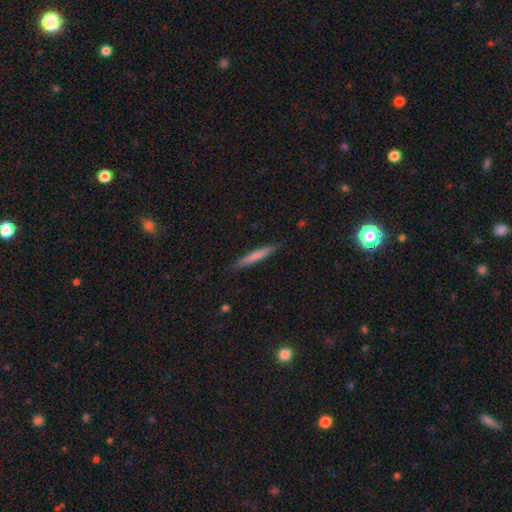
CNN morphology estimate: A smooth galaxy with no disk features (69%) that is cigar-shaped (95%). Merging: none (87%).